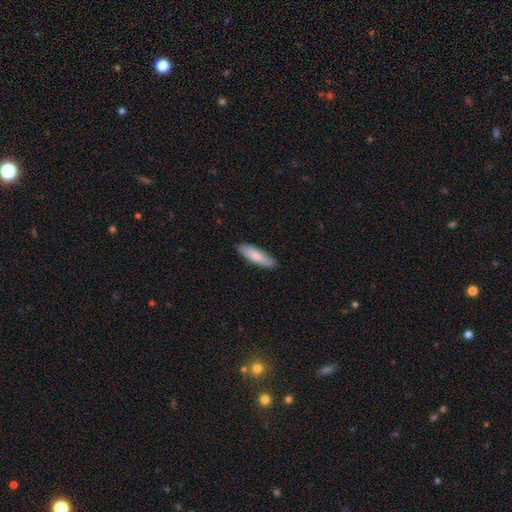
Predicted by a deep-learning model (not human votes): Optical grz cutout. It shows a smooth galaxy with no disk features (81%) that is cigar-shaped (61%). Merging: none (89%).